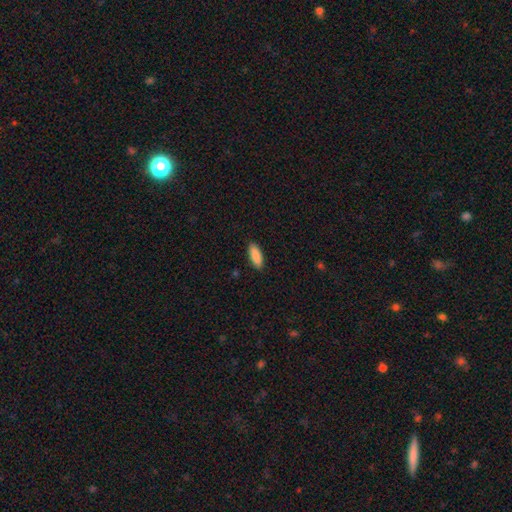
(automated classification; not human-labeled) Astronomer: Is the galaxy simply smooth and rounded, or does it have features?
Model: smooth — 89%.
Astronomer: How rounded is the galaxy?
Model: in between — 71%.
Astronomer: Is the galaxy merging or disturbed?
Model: none — 89%.